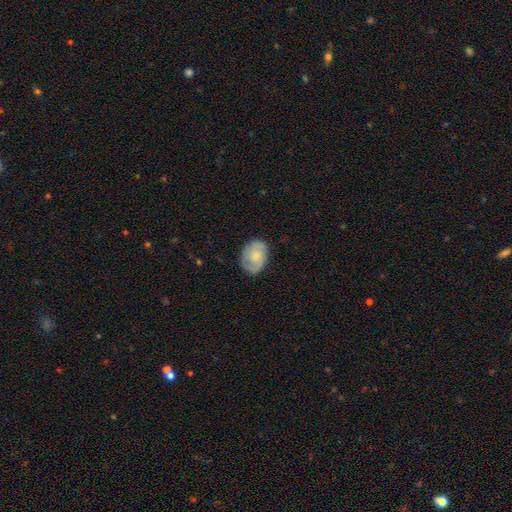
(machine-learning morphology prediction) Smooth or featured?
  - featured or disk: 56% *
  - smooth: 38%
  - star or artifact: 7%
Edge-on disk?
  - no: 97% *
  - yes: 3%
Bar?
  - no: 72% *
  - weak: 25%
  - strong: 3%
Spiral arms?
  - yes: 88% *
  - no: 12%
Bulge size?
  - small: 42% *
  - moderate: 35%
  - none: 15%
  - large: 6%
  - dominant: 2%
Merging?
  - none: 75% *
  - minor disturbance: 18%
  - major disturbance: 5%
  - merger: 1%